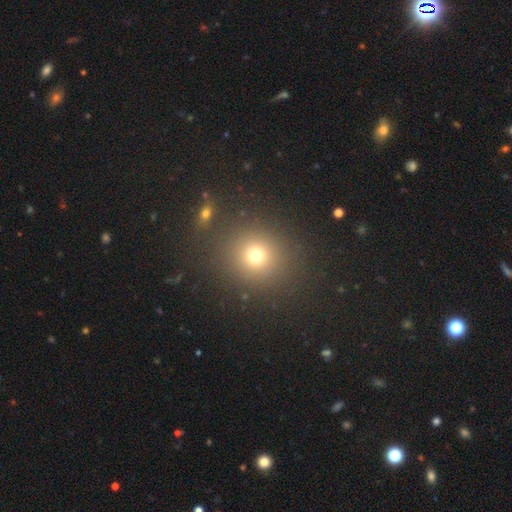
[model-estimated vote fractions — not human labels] Morphology: type=smooth (71%); roundness=round (85%); merging=none (84%).